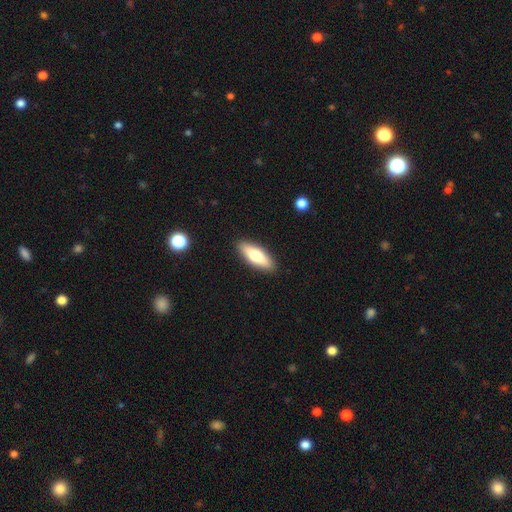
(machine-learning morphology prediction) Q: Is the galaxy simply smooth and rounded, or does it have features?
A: smooth — 63%.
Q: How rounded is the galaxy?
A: in between — 58%.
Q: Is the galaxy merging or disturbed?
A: none — 90%.